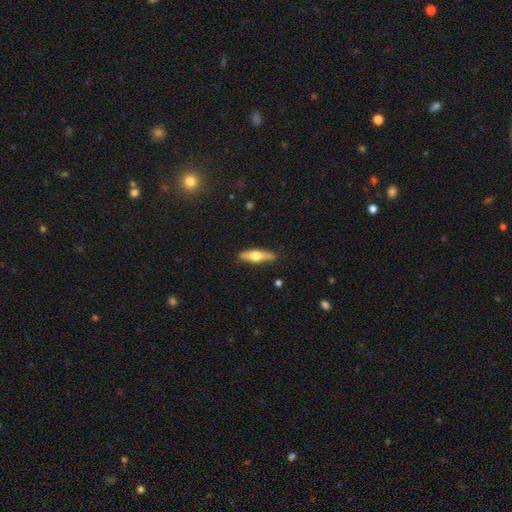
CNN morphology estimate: type=featured or disk (54%); edge-on=yes (92%); edge-on bulge=rounded (95%); merging=none (88%).